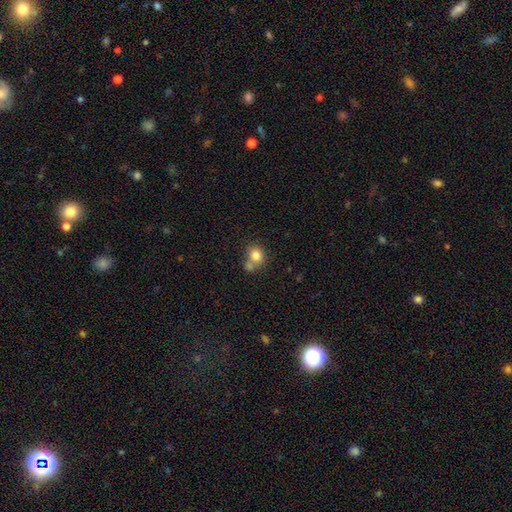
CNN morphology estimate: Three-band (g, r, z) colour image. It shows a smooth galaxy with no disk features (81%) that is round (70%). Merging: none (46%).